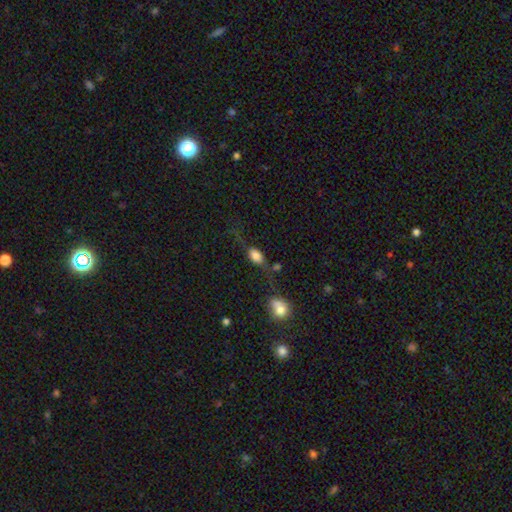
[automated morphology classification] Smooth or featured? Predicted: smooth (p=0.72). How rounded? Predicted: in between (p=0.83). Merging? Predicted: none (p=0.46).